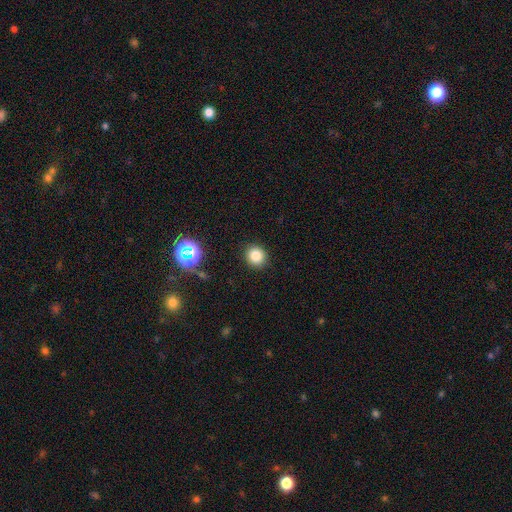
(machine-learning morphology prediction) Smooth or featured? Predicted: smooth (p=0.81). How rounded? Predicted: round (p=0.86). Merging? Predicted: none (p=0.90).